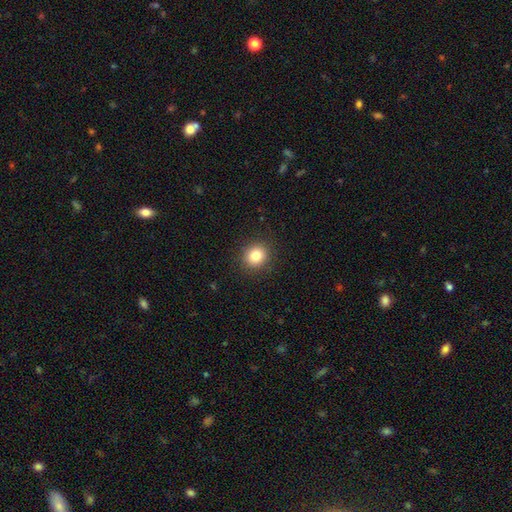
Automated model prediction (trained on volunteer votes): Q: Smooth or featured?
A: smooth (83%); runner-up: star or artifact (11%)
Q: How rounded?
A: round (86%); runner-up: in between (13%)
Q: Merging?
A: none (91%); runner-up: minor disturbance (6%)